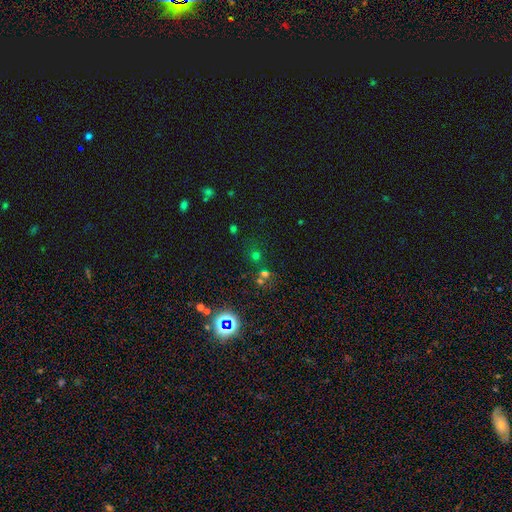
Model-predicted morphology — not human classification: Q: Smooth or featured?
A: star or artifact (50%); runner-up: smooth (41%)